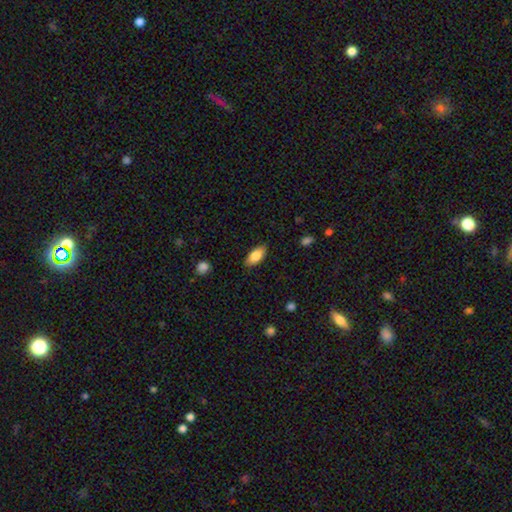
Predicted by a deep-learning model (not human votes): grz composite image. It shows a smooth galaxy with no disk features (82%) that is in between round and cigar-shaped (91%). Merging: none (85%).